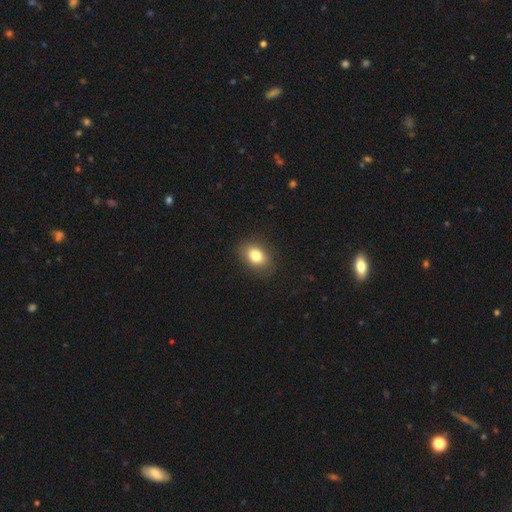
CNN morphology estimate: Smooth or featured?
  - smooth: 81% *
  - star or artifact: 10%
  - featured or disk: 10%
How rounded?
  - in between: 75% *
  - round: 24%
  - cigar-shaped: 1%
Merging?
  - none: 86% *
  - minor disturbance: 10%
  - major disturbance: 3%
  - merger: 1%